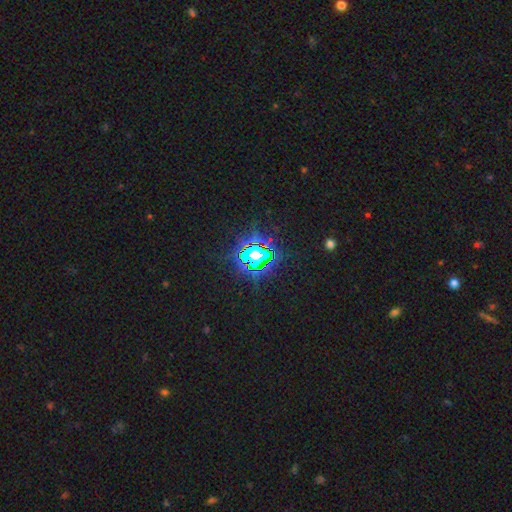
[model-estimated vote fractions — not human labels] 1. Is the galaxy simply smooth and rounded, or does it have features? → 73% star or artifact, 14% smooth, 13% featured or disk.